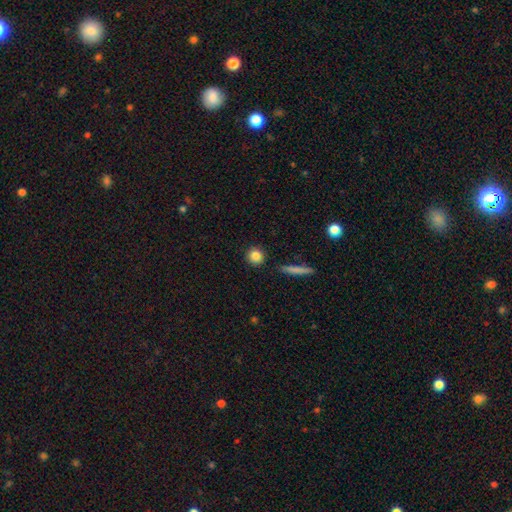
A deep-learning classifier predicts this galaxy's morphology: smooth-or-featured: smooth: 84% | star or artifact: 9% | featured or disk: 7%
  how-rounded: round: 90% | in between: 7% | cigar-shaped: 2%
  merging: none: 90% | minor disturbance: 6% | merger: 2% | major disturbance: 2%